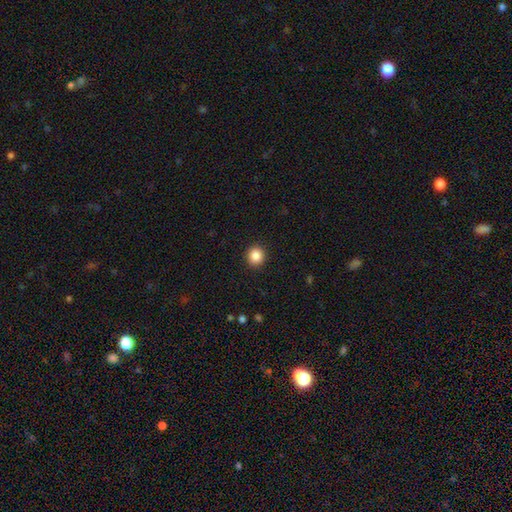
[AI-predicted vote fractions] This appears to be a smooth galaxy with no disk features (86%) that is round (93%). Merging: none (93%).